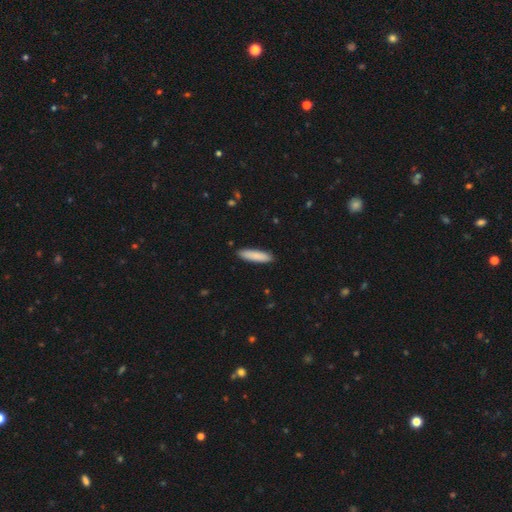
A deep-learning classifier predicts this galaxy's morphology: Smooth or featured: smooth — 87% (featured or disk — 8%)
How rounded: cigar-shaped — 76% (in between — 22%)
Merging: none — 90% (minor disturbance — 7%)